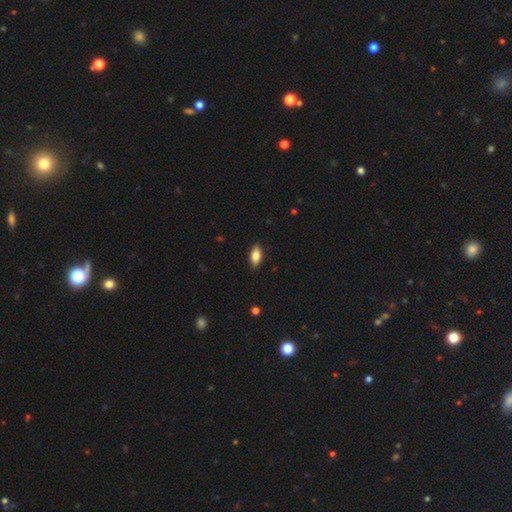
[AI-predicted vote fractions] Q: Smooth or featured?
A: smooth (78%); runner-up: featured or disk (15%)
Q: How rounded?
A: in between (88%); runner-up: cigar-shaped (9%)
Q: Merging?
A: none (87%); runner-up: minor disturbance (10%)